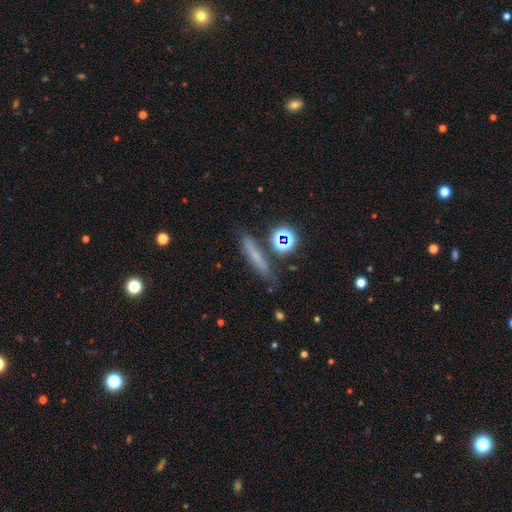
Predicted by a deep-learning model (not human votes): Smooth or featured? smooth (54%)
How rounded? cigar-shaped (78%)
Merging? none (75%)